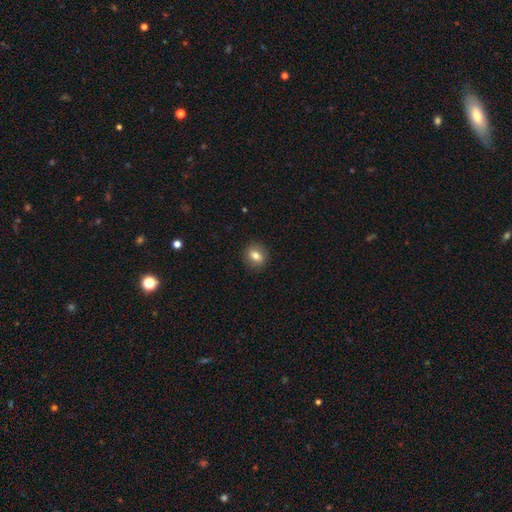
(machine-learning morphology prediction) smooth 77%, featured or disk 13%, star or artifact 10%. Down the decision tree: how rounded — round (66%); merging — none (89%).